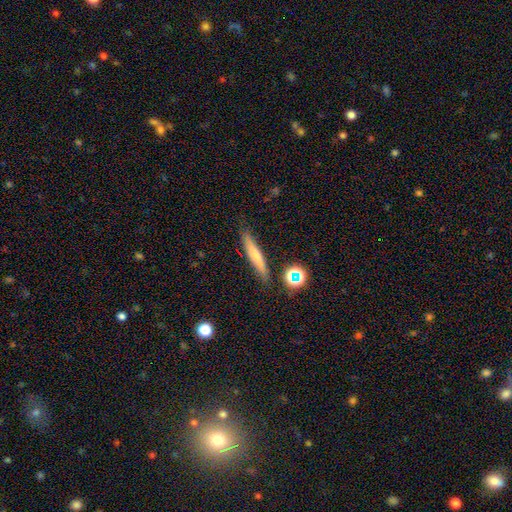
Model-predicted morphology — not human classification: smooth 58%, featured or disk 31%, star or artifact 10%. Down the decision tree: how rounded — cigar-shaped (89%); merging — none (83%).